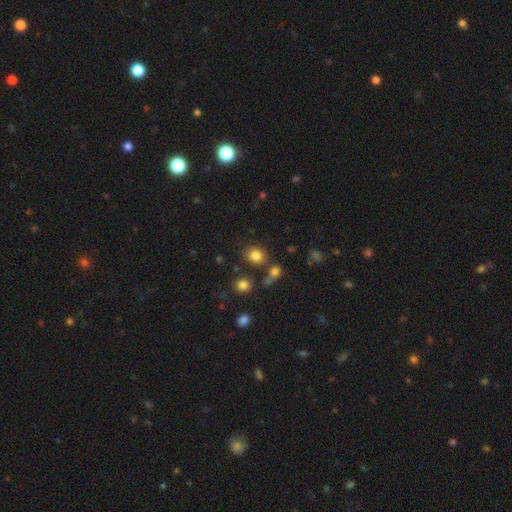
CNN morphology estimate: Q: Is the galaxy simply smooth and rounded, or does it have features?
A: smooth — 83%.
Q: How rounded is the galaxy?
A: round — 68%.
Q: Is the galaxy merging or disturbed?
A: none — 74%.